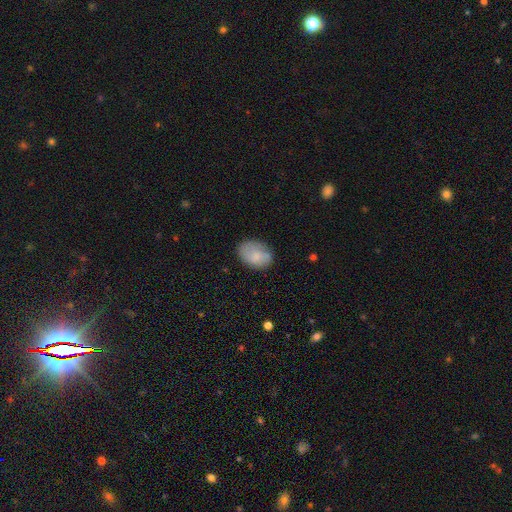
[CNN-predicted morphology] The model was most divided on "merging": none: 70%, minor disturbance: 22%, major disturbance: 6%, merger: 2%. More confident: how rounded — in between (79%); smooth or featured — smooth (75%).